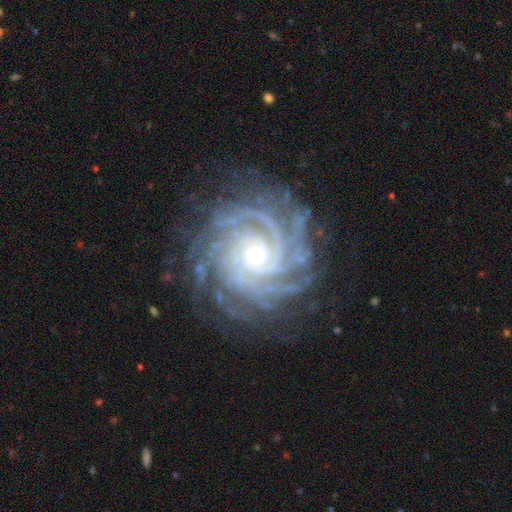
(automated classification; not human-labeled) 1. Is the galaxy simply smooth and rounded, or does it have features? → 92% featured or disk, 6% star or artifact, 3% smooth.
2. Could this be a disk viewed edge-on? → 98% no, 2% yes.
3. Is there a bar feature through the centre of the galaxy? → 75% no, 16% weak, 9% strong.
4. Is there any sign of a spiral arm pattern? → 99% yes, 1% no.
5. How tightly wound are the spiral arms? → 81% tight, 17% medium, 2% loose.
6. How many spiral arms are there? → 33% more than 4, 24% 4, 13% 3, 13% can't tell, 9% 2, 7% 1.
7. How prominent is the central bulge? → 74% small, 21% moderate, 2% large, 2% none, 1% dominant.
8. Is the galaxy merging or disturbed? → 78% none, 14% minor disturbance, 6% major disturbance, 1% merger.